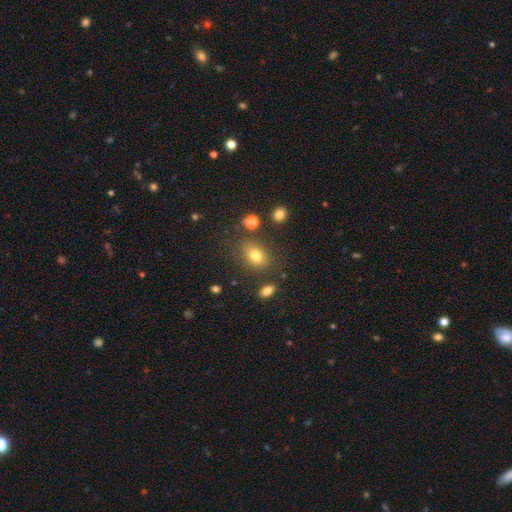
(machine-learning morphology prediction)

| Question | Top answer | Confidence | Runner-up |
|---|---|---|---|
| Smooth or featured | smooth | 77% | star or artifact (13%) |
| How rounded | in between | 65% | round (34%) |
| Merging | none | 75% | minor disturbance (14%) |